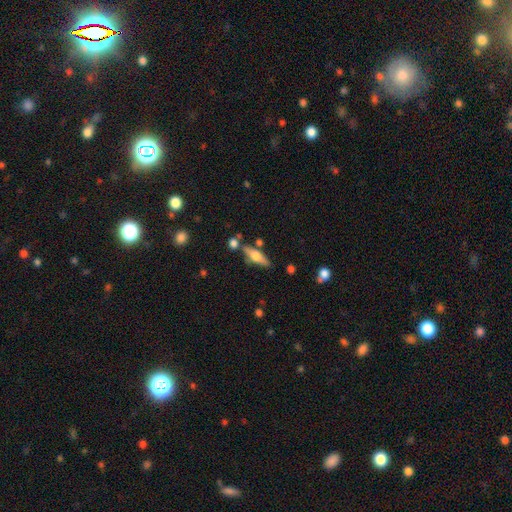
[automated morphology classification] smooth 48%, featured or disk 46%, star or artifact 7%. Down the decision tree: merging — none (69%).